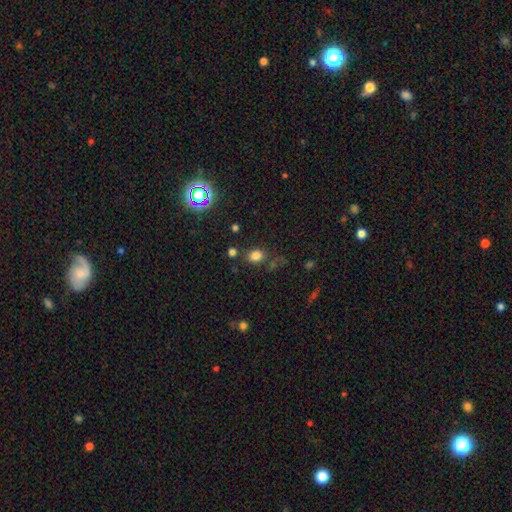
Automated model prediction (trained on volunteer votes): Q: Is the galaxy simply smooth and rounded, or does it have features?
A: smooth — 78%.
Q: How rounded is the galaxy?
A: round — 64%.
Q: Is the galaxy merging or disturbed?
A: none — 77%.